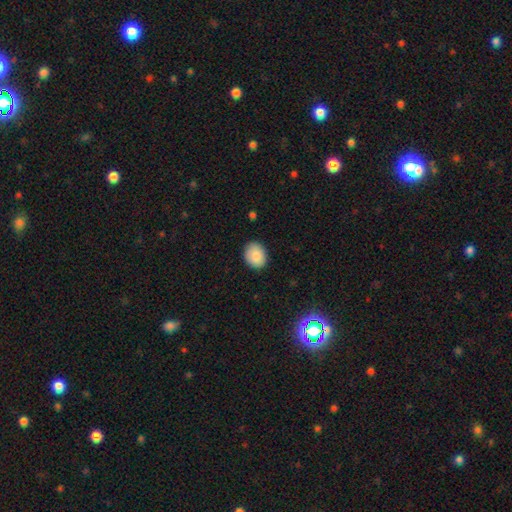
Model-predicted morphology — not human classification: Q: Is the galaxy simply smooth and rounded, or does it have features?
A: smooth — 88%.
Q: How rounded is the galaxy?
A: in between — 54%.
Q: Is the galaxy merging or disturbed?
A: none — 85%.